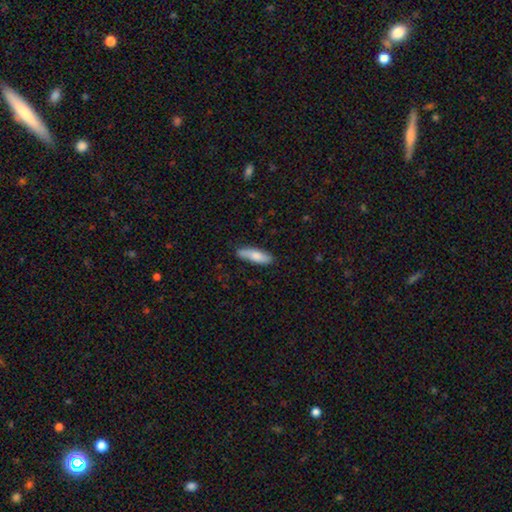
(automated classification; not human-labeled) Smooth or featured? Predicted: smooth (p=0.77). How rounded? Predicted: cigar-shaped (p=0.56). Merging? Predicted: none (p=0.81).